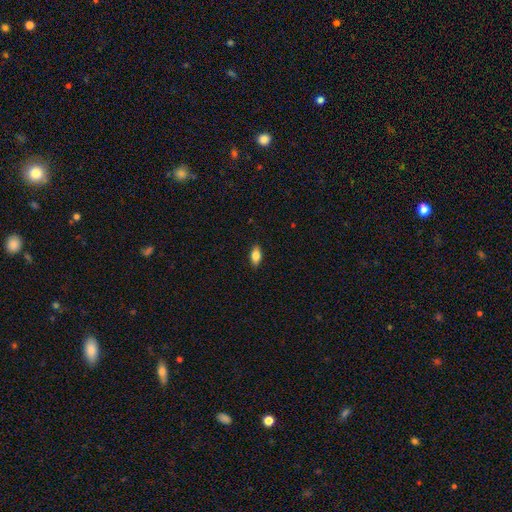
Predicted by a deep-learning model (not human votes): Smooth or featured? Predicted: smooth (p=0.80). How rounded? Predicted: in between (p=0.89). Merging? Predicted: none (p=0.89).